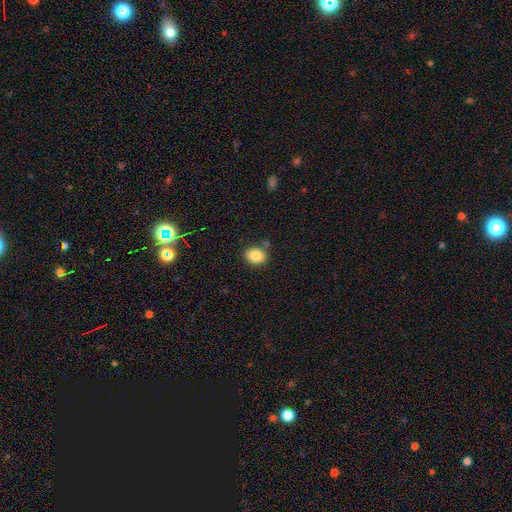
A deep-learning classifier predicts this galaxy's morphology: This appears to be a smooth galaxy with no disk features (83%) that is in between round and cigar-shaped (56%). Merging: none (79%).